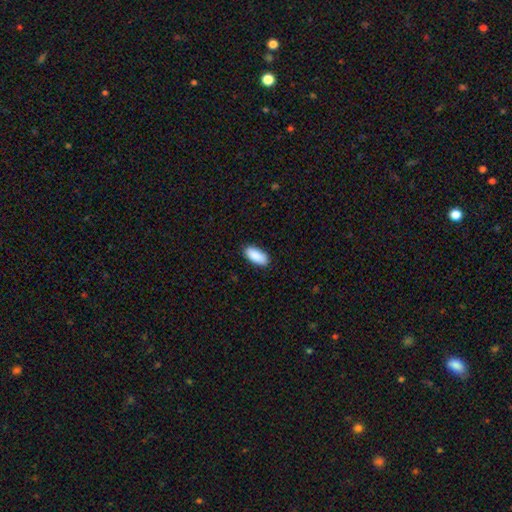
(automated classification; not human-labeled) This is clearly a smooth galaxy (90%). How rounded: clearly in between (88%). Merging: clearly none (89%).